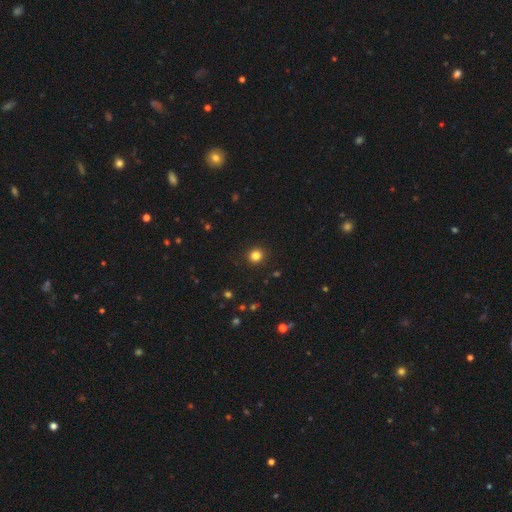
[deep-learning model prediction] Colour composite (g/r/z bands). It shows a smooth galaxy with no disk features (83%) that is round (93%). Merging: none (92%).